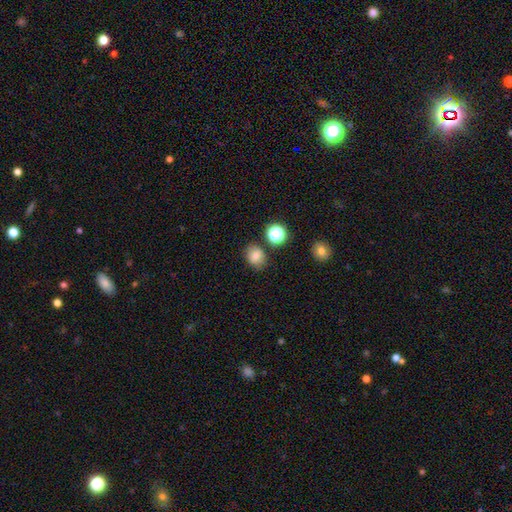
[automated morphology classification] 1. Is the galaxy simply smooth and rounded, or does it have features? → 77% smooth, 14% star or artifact, 9% featured or disk.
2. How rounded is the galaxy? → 57% round, 42% in between, 1% cigar-shaped.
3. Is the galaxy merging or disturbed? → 80% none, 12% minor disturbance, 5% merger, 3% major disturbance.